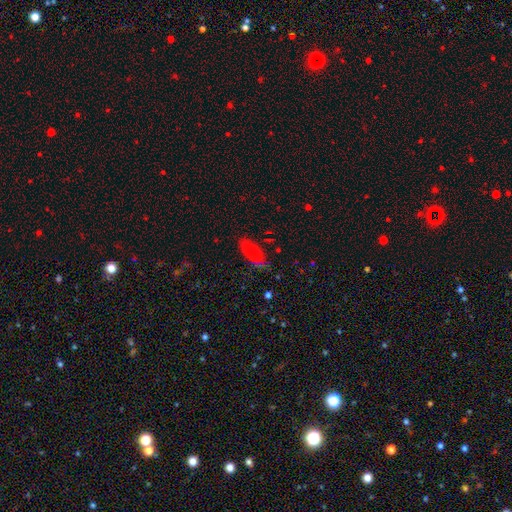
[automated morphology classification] Q: Smooth or featured?
A: smooth (75%); runner-up: featured or disk (14%)
Q: How rounded?
A: in between (73%); runner-up: cigar-shaped (24%)
Q: Merging?
A: none (74%); runner-up: minor disturbance (19%)